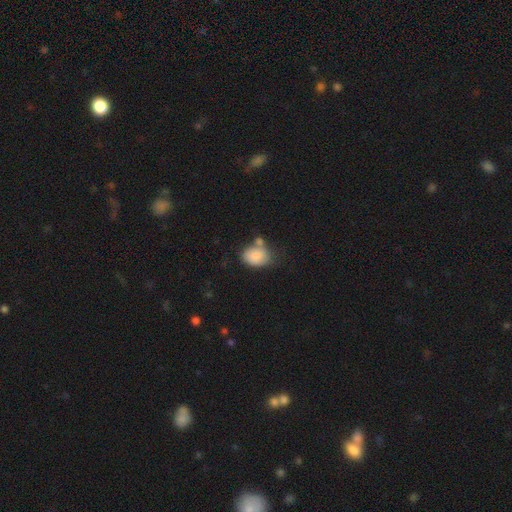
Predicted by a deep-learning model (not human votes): Q: Smooth or featured?
A: smooth (83%); runner-up: featured or disk (10%)
Q: How rounded?
A: in between (67%); runner-up: round (32%)
Q: Merging?
A: none (46%); runner-up: merger (24%)